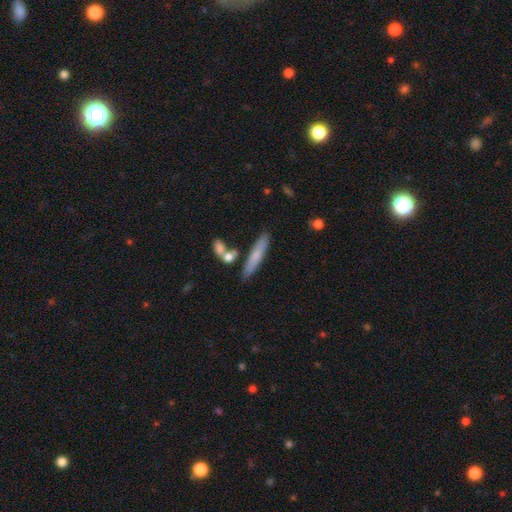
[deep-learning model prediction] Morphology: type=smooth (66%); roundness=cigar-shaped (89%); merging=none (78%).